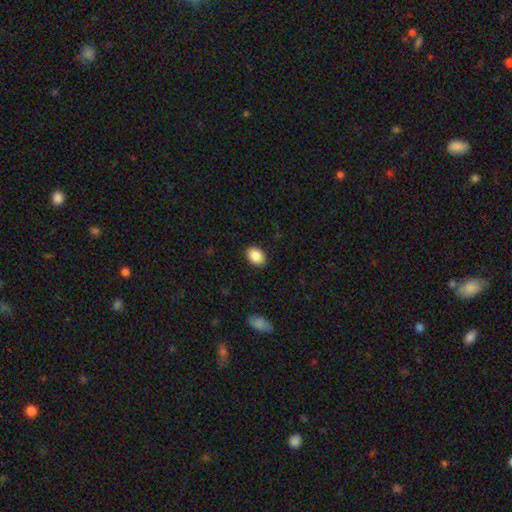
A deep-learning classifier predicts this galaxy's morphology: Q: Smooth or featured?
A: smooth (89%); runner-up: star or artifact (7%)
Q: How rounded?
A: in between (81%); runner-up: round (18%)
Q: Merging?
A: none (89%); runner-up: minor disturbance (8%)